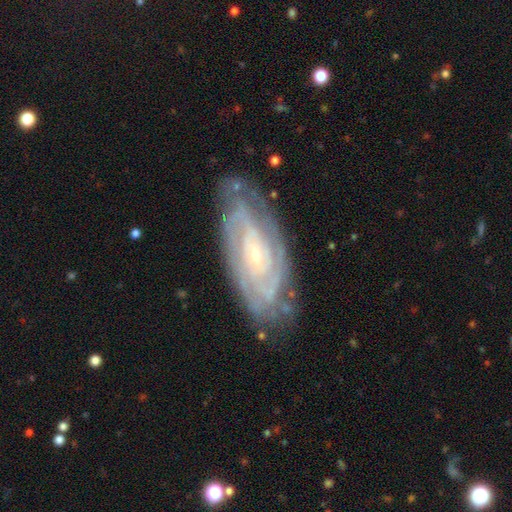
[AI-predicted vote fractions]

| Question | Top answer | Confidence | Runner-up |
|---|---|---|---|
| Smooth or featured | featured or disk | 86% | smooth (8%) |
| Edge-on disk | no | 92% | yes (8%) |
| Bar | no | 66% | weak (26%) |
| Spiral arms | yes | 95% | no (5%) |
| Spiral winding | tight | 77% | medium (19%) |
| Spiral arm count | can't tell | 39% | 2 (22%) |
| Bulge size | small | 79% | moderate (16%) |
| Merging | none | 76% | minor disturbance (18%) |